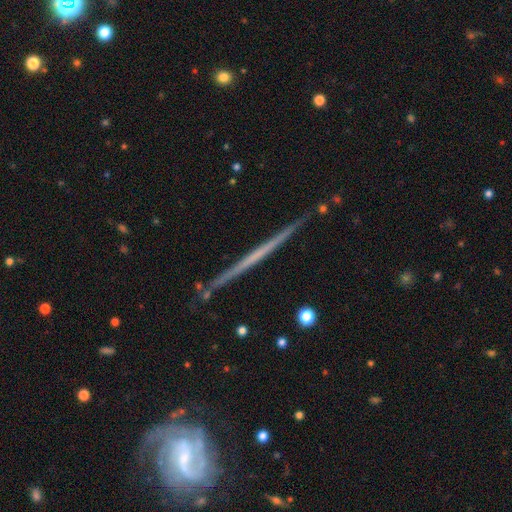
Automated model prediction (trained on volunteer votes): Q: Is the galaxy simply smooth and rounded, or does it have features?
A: featured or disk — 67%.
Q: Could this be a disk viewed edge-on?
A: yes — 98%.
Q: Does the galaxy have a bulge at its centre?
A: none — 91%.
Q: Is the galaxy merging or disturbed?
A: none — 90%.